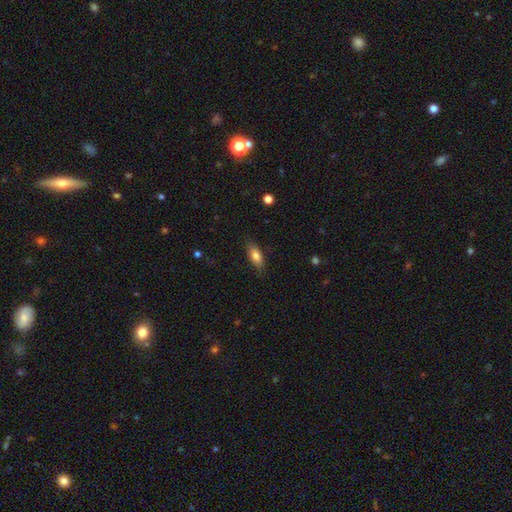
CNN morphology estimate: This is likely a smooth galaxy (78%). How rounded: likely in between (75%). Merging: clearly none (81%).